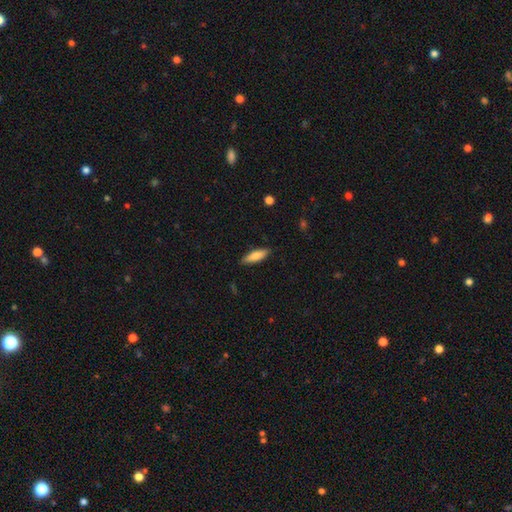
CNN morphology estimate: type=smooth (78%); roundness=cigar-shaped (51%); merging=none (85%).